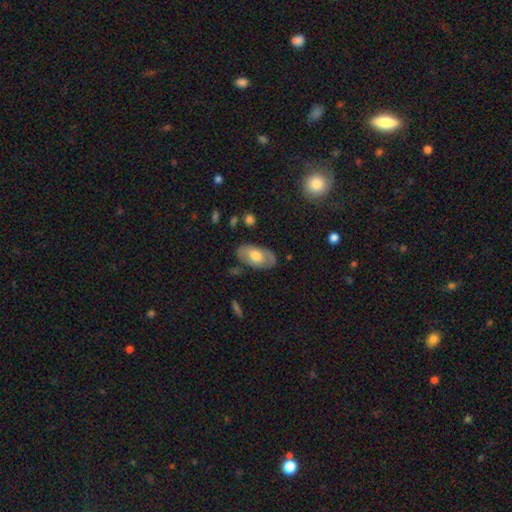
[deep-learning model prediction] This is possibly a smooth galaxy (51%). How rounded: clearly in between (93%). Merging: likely none (79%).